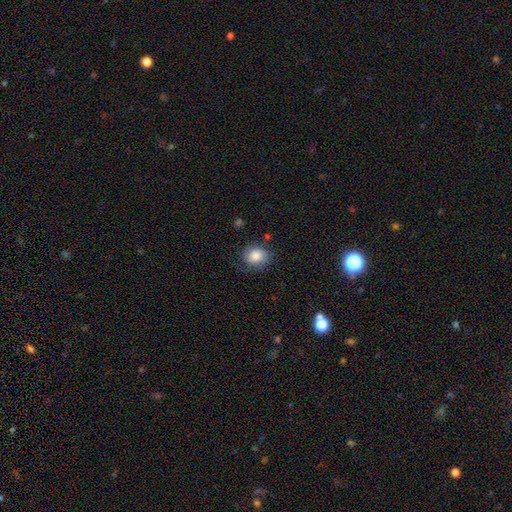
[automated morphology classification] smooth-or-featured: smooth: 78% | featured or disk: 14% | star or artifact: 8%
  how-rounded: round: 68% | in between: 31% | cigar-shaped: 1%
  merging: none: 70% | minor disturbance: 21% | major disturbance: 7% | merger: 2%